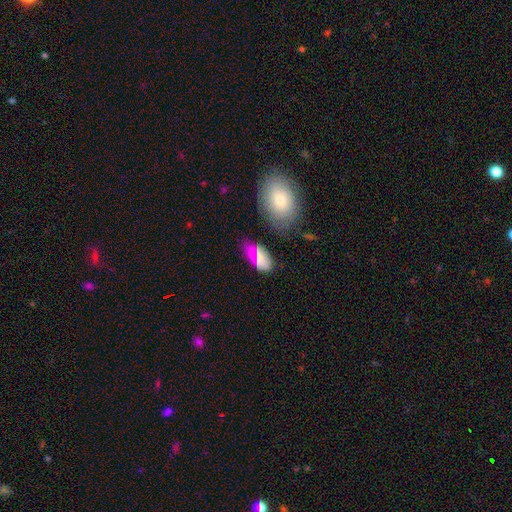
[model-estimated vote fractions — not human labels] Smooth or featured?
  - smooth: 68% *
  - featured or disk: 21%
  - star or artifact: 11%
How rounded?
  - in between: 91% *
  - cigar-shaped: 5%
  - round: 4%
Merging?
  - none: 63% *
  - minor disturbance: 23%
  - major disturbance: 8%
  - merger: 7%